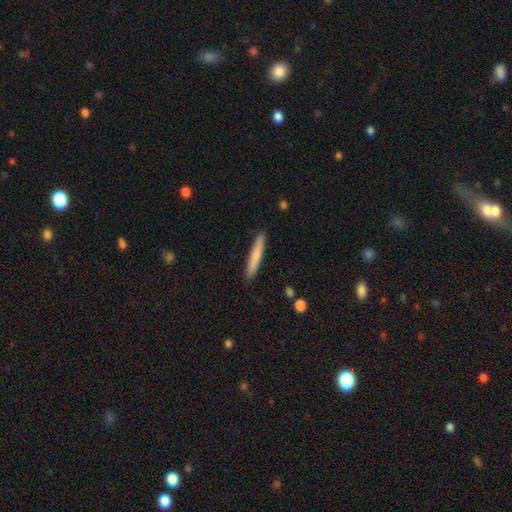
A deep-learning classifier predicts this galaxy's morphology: smooth_or_featured: smooth (p=0.75) [alt: featured or disk p=0.19]
how_rounded: cigar-shaped (p=0.95) [alt: in between p=0.04]
merging: none (p=0.91) [alt: minor disturbance p=0.07]